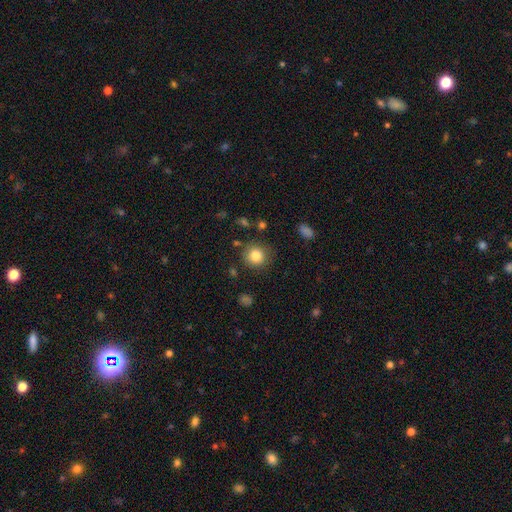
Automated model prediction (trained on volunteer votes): smooth 84%, star or artifact 10%, featured or disk 6%. Down the decision tree: how rounded — round (90%); merging — none (83%).